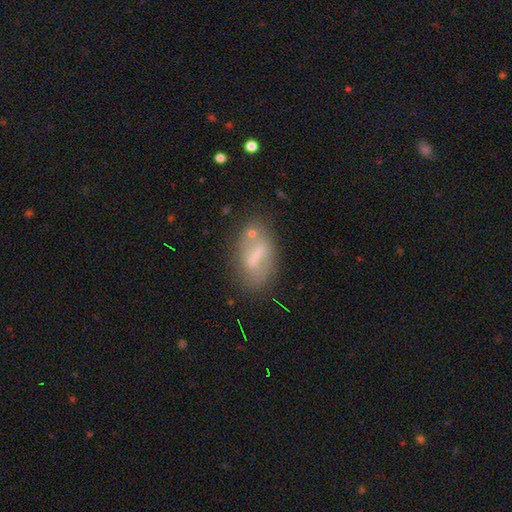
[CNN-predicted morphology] smooth-or-featured: smooth: 46% | featured or disk: 44% | star or artifact: 10%
  merging: none: 61% | minor disturbance: 20% | major disturbance: 10% | merger: 9%